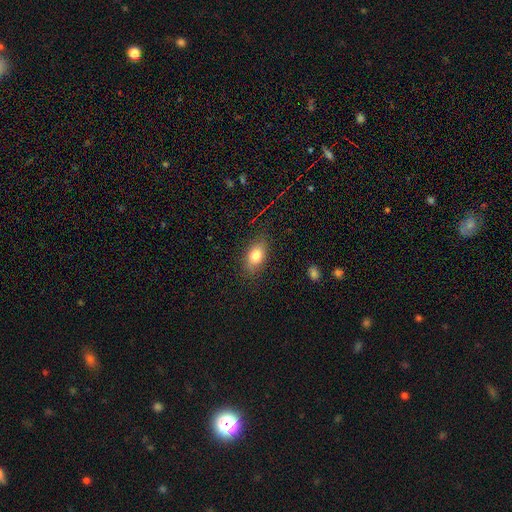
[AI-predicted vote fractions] This is likely a smooth galaxy (78%). How rounded: clearly in between (84%). Merging: clearly none (85%).